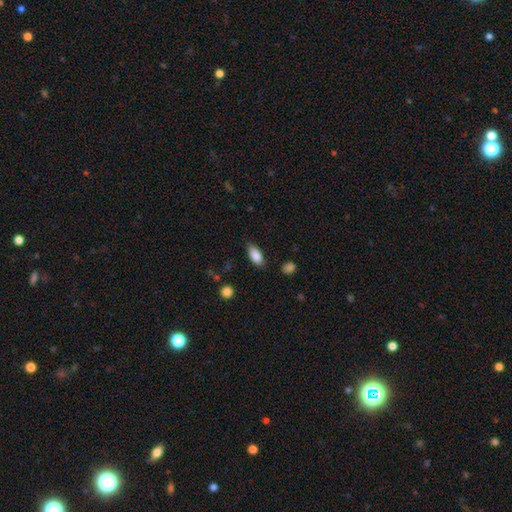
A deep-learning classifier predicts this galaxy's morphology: smooth-or-featured: smooth: 85% | featured or disk: 8% | star or artifact: 7%
  how-rounded: in between: 86% | cigar-shaped: 11% | round: 3%
  merging: none: 81% | minor disturbance: 15% | major disturbance: 3% | merger: 1%